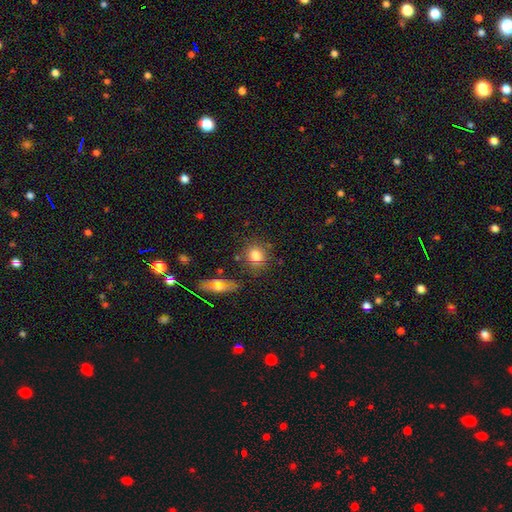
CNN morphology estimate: This is likely a smooth galaxy (77%). How rounded: likely round (75%). Merging: likely none (79%).